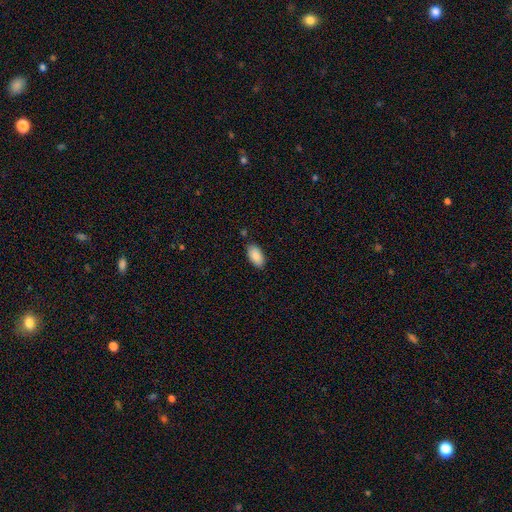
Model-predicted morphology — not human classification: Smooth or featured? Predicted: smooth (p=0.88). How rounded? Predicted: in between (p=0.95). Merging? Predicted: none (p=0.84).